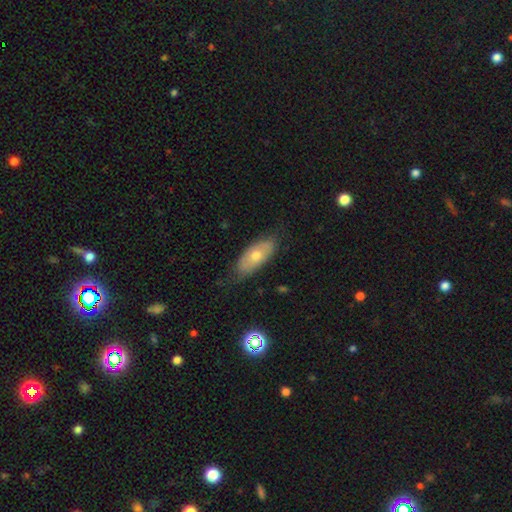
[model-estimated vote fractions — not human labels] Smooth or featured? Predicted: smooth (p=0.58). How rounded? Predicted: in between (p=0.86). Merging? Predicted: none (p=0.71).